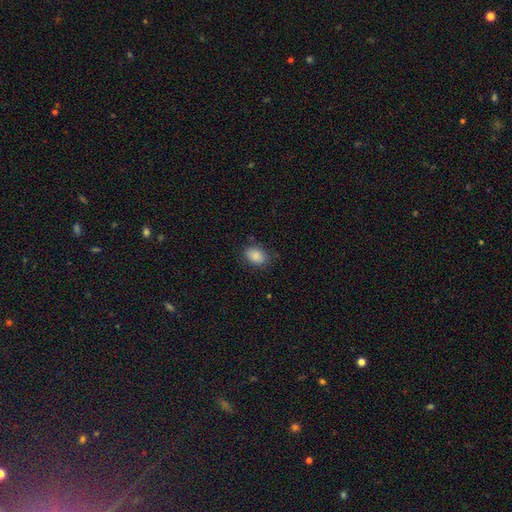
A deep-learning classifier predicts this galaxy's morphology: Smooth or featured? smooth (87%)
How rounded? in between (77%)
Merging? none (80%)